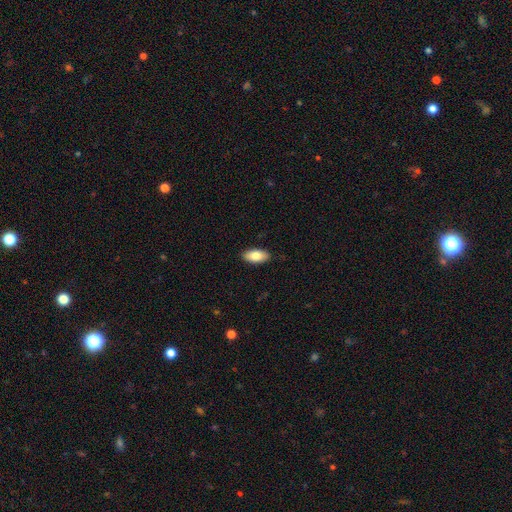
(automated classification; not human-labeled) This is clearly a smooth galaxy (81%). How rounded: clearly in between (91%). Merging: clearly none (89%).